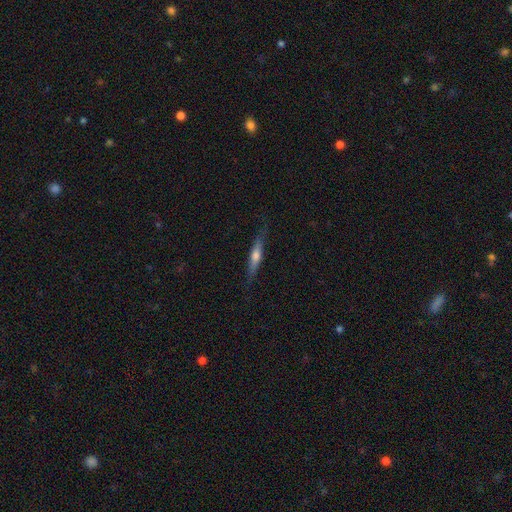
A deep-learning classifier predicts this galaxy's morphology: A featured or disk galaxy (54%) viewed edge-on (95%) with a rounded central bulge (84%). Merging: none (82%).